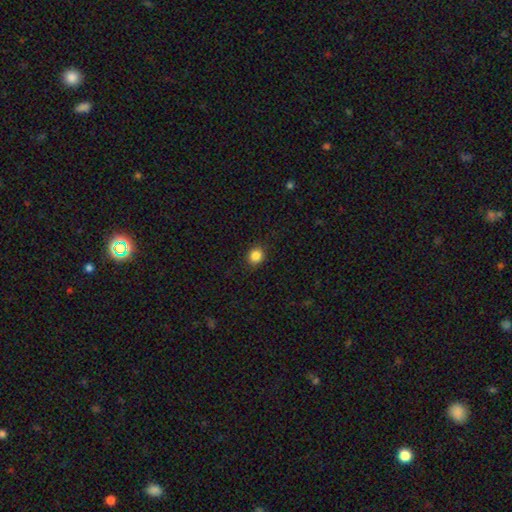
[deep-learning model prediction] A smooth galaxy with no disk features (86%) that is round (77%). Merging: none (89%).